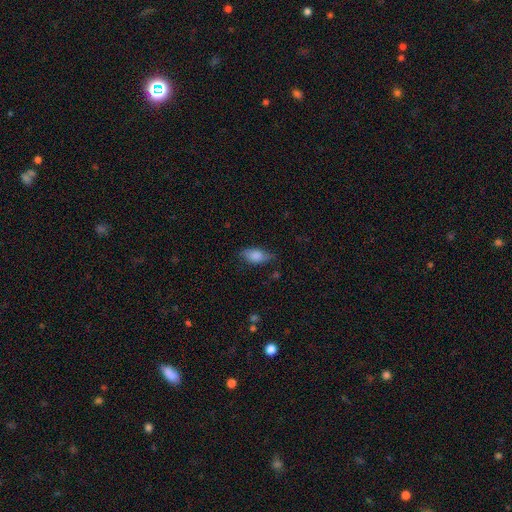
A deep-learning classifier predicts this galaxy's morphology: A smooth galaxy with no disk features (80%) that is in between round and cigar-shaped (86%). Merging: none (66%).